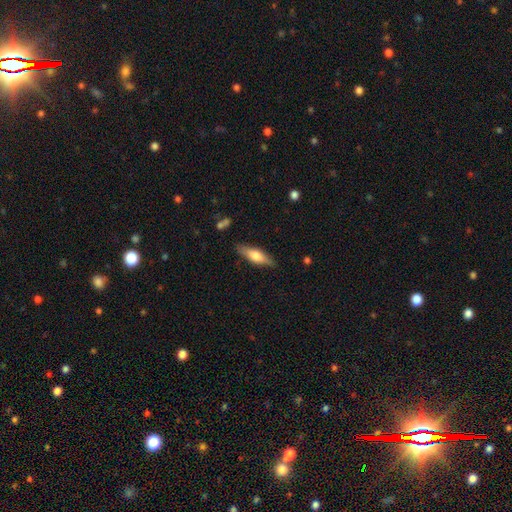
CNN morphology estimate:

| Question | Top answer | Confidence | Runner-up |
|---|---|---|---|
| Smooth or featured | smooth | 56% | featured or disk (38%) |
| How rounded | cigar-shaped | 53% | in between (44%) |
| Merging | none | 84% | minor disturbance (12%) |